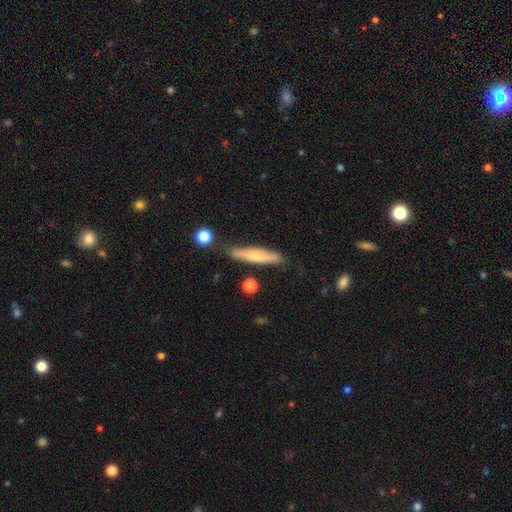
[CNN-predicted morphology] The model was most divided on "smooth or featured": featured or disk: 47%, smooth: 46%, star or artifact: 6%. More confident: merging — none (82%).